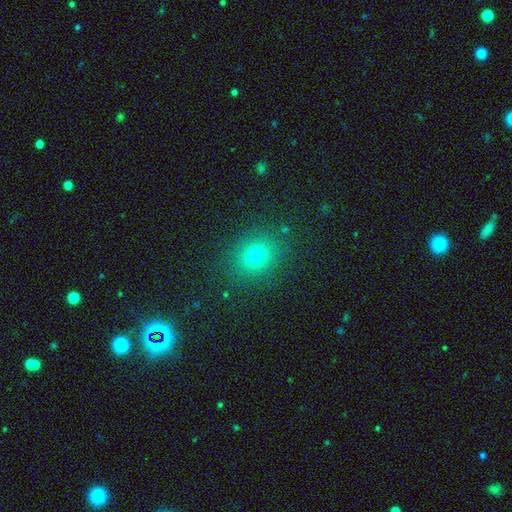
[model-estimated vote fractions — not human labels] The model was most divided on "how rounded": round: 70%, in between: 29%, cigar-shaped: 1%. More confident: merging — none (86%); smooth or featured — smooth (73%).